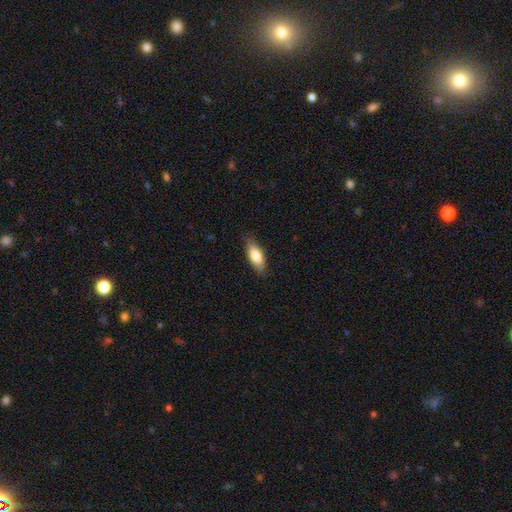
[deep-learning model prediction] A smooth galaxy with no disk features (78%) that is in between round and cigar-shaped (75%).

Vote fractions:
- Smooth or featured? smooth: 78% / featured or disk: 16% / star or artifact: 6%
- How rounded? in between: 75% / cigar-shaped: 22% / round: 2%
- Merging? none: 84% / minor disturbance: 13% / major disturbance: 2% / merger: 1%